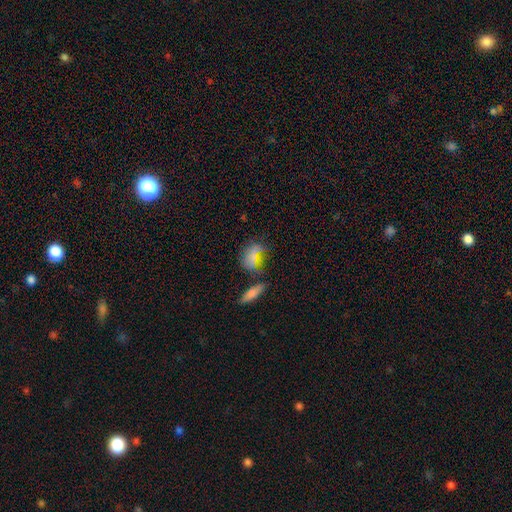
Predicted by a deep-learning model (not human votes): This is likely a smooth galaxy (60%). How rounded: likely in between (65%). Merging: possibly none (56%).